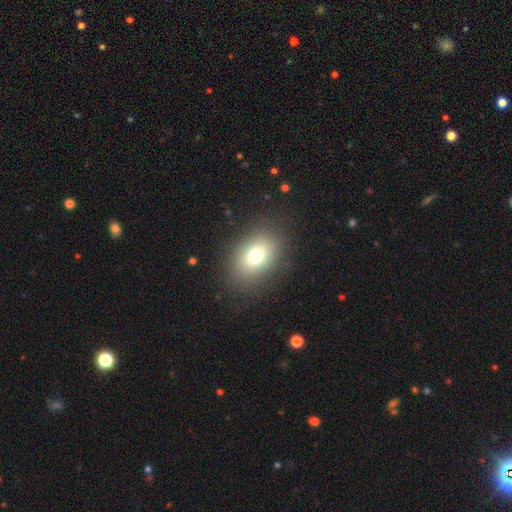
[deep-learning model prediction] A smooth galaxy with no disk features (76%) that is in between round and cigar-shaped (77%).

Vote fractions:
- Smooth or featured? smooth: 76% / featured or disk: 13% / star or artifact: 11%
- How rounded? in between: 77% / round: 21% / cigar-shaped: 1%
- Merging? none: 84% / minor disturbance: 10% / major disturbance: 5% / merger: 1%